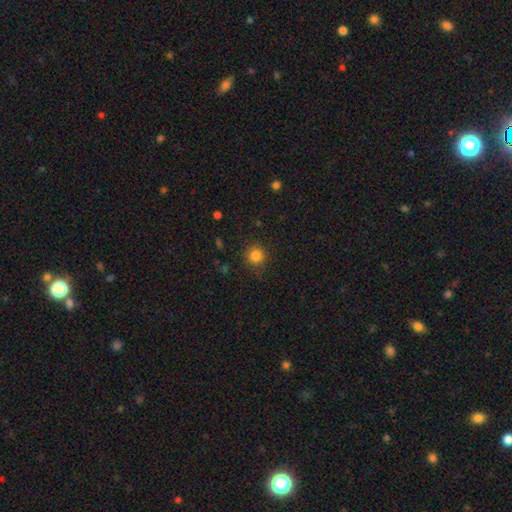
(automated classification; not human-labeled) Q: Smooth or featured?
A: smooth (84%); runner-up: star or artifact (12%)
Q: How rounded?
A: round (92%); runner-up: in between (7%)
Q: Merging?
A: none (84%); runner-up: minor disturbance (11%)